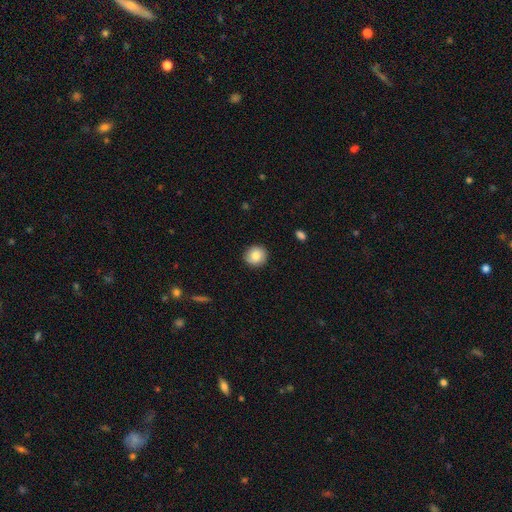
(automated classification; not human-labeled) Smooth or featured: smooth — 83% (featured or disk — 9%)
How rounded: round — 90% (in between — 9%)
Merging: none — 90% (minor disturbance — 7%)